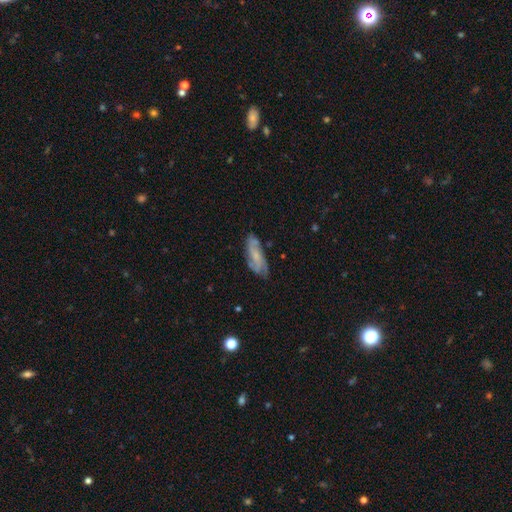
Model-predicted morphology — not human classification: smooth-or-featured: featured or disk: 60% | smooth: 33% | star or artifact: 7%
  disk-edge-on: no: 85% | yes: 15%
    bar: no: 64% | weak: 29% | strong: 7%
    has-spiral-arms: yes: 87% | no: 13%
    bulge-size: small: 57% | moderate: 26% | none: 14% | large: 2% | dominant: 1%
  merging: none: 69% | minor disturbance: 22% | major disturbance: 6% | merger: 3%